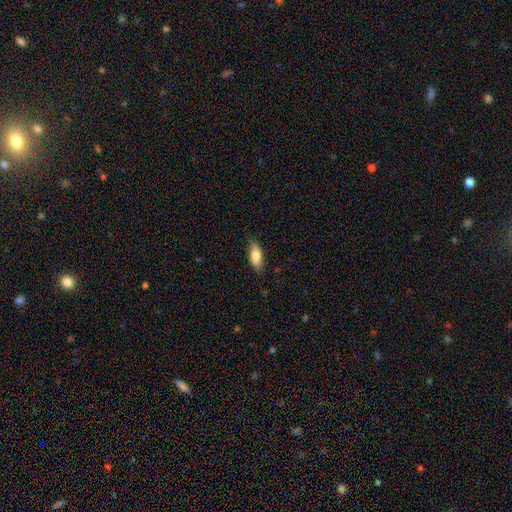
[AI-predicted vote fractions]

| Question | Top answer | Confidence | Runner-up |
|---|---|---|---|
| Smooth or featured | smooth | 77% | featured or disk (17%) |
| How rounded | in between | 80% | cigar-shaped (18%) |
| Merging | none | 79% | minor disturbance (17%) |